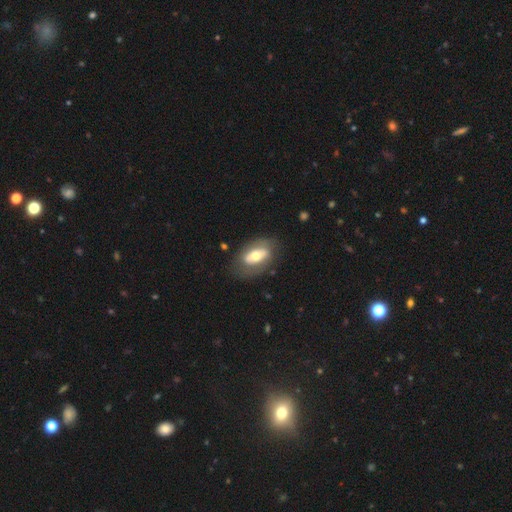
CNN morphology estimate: A featured or disk galaxy (48%).

Vote fractions:
- Smooth or featured? featured or disk: 48% / smooth: 46% / star or artifact: 6%
- Merging? none: 73% / minor disturbance: 16% / major disturbance: 8% / merger: 2%